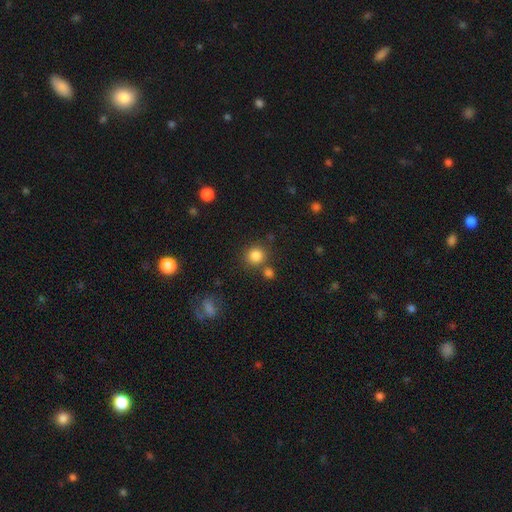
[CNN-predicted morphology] smooth_or_featured: smooth (p=0.84) [alt: star or artifact p=0.11]
how_rounded: round (p=0.88) [alt: in between p=0.11]
merging: none (p=0.74) [alt: merger p=0.13]